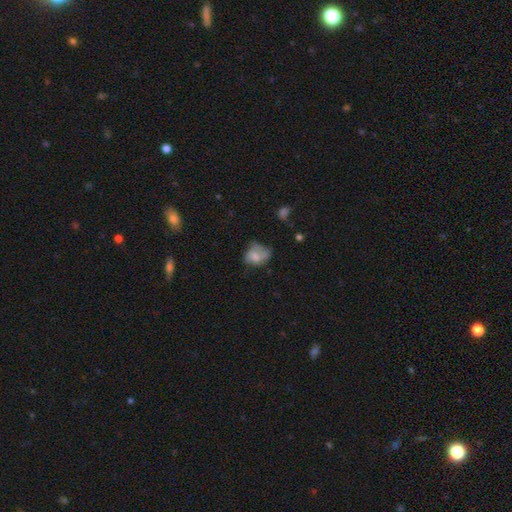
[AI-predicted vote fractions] Smooth or featured?
  - smooth: 57% *
  - featured or disk: 33%
  - star or artifact: 11%
How rounded?
  - in between: 62% *
  - round: 36%
  - cigar-shaped: 1%
Merging?
  - none: 35% *
  - minor disturbance: 30%
  - major disturbance: 27%
  - merger: 8%